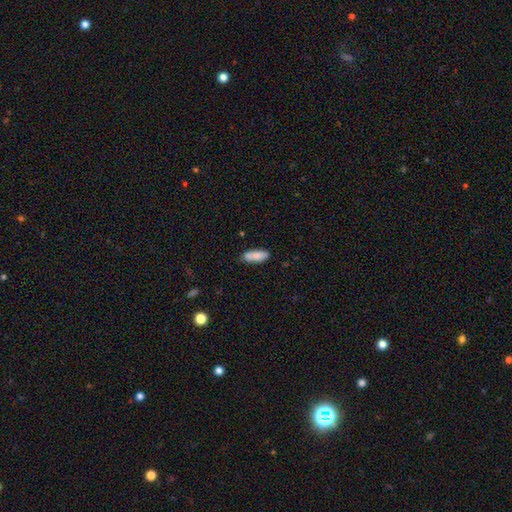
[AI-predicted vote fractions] A smooth galaxy with no disk features (82%) that is in between round and cigar-shaped (66%).

Vote fractions:
- Smooth or featured? smooth: 82% / featured or disk: 11% / star or artifact: 6%
- How rounded? in between: 66% / cigar-shaped: 32% / round: 2%
- Merging? none: 74% / minor disturbance: 17% / merger: 7% / major disturbance: 3%